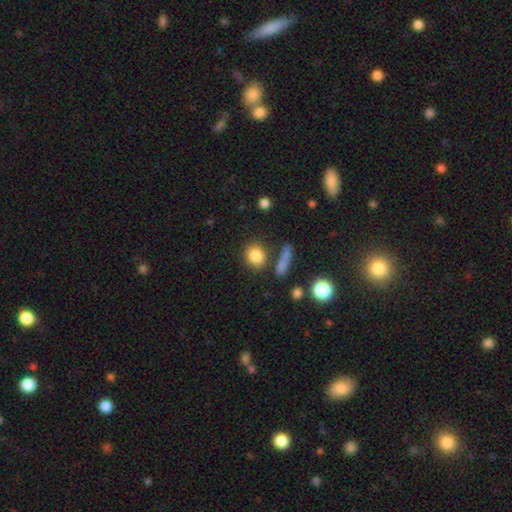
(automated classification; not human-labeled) The model was most divided on "how rounded": round: 72%, in between: 24%, cigar-shaped: 3%. More confident: smooth or featured — smooth (83%); merging — none (74%).